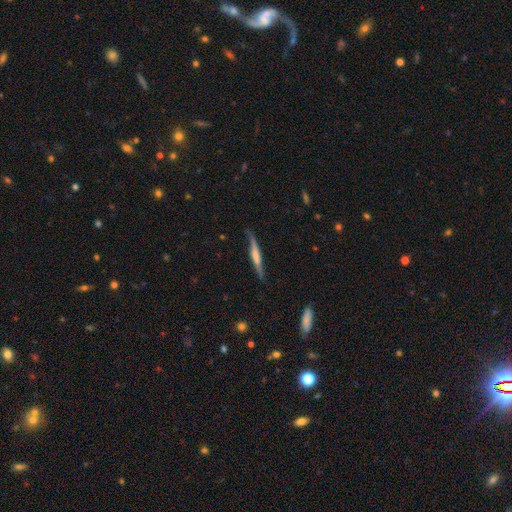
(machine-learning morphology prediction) This appears to be a featured or disk galaxy (59%) viewed edge-on (92%) with a rounded central bulge (35%). Merging: none (77%).